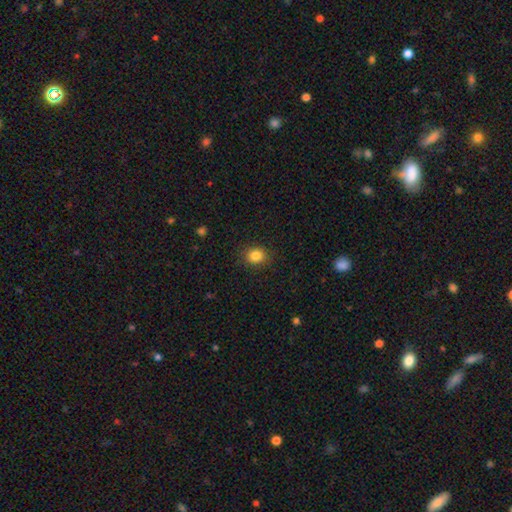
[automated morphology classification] This appears to be a smooth galaxy with no disk features (84%) that is round (64%). Merging: none (88%).